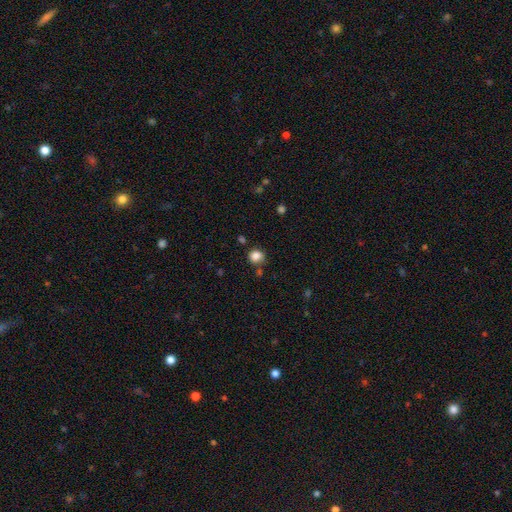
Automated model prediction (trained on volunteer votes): Smooth or featured?
  - smooth: 85% *
  - star or artifact: 11%
  - featured or disk: 4%
How rounded?
  - round: 78% *
  - in between: 21%
  - cigar-shaped: 1%
Merging?
  - none: 76% *
  - minor disturbance: 14%
  - merger: 7%
  - major disturbance: 4%